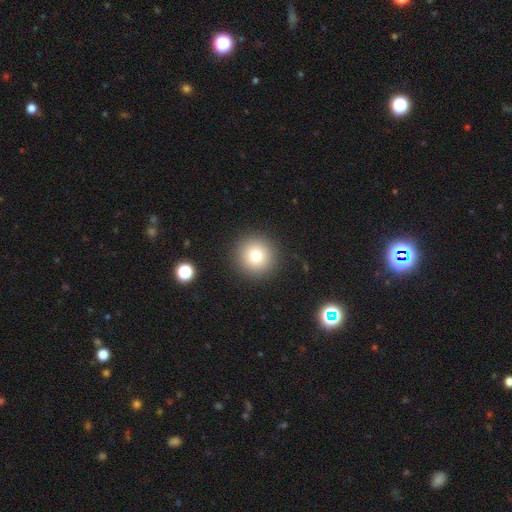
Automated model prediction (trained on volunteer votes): The model was most divided on "smooth or featured": smooth: 78%, star or artifact: 12%, featured or disk: 10%. More confident: how rounded — round (96%); merging — none (91%).